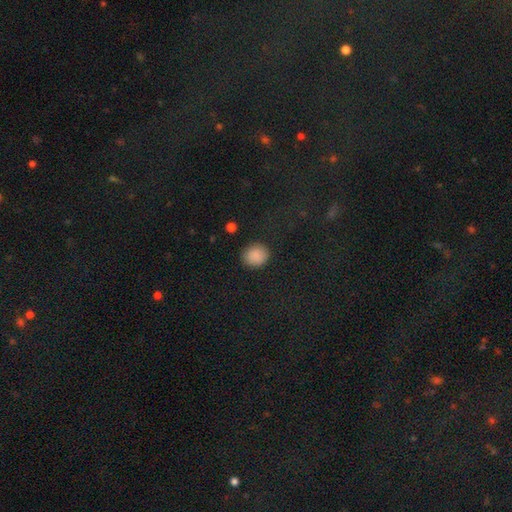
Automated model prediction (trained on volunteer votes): Q: Smooth or featured?
A: smooth (87%); runner-up: star or artifact (10%)
Q: How rounded?
A: round (72%); runner-up: in between (26%)
Q: Merging?
A: none (87%); runner-up: minor disturbance (9%)